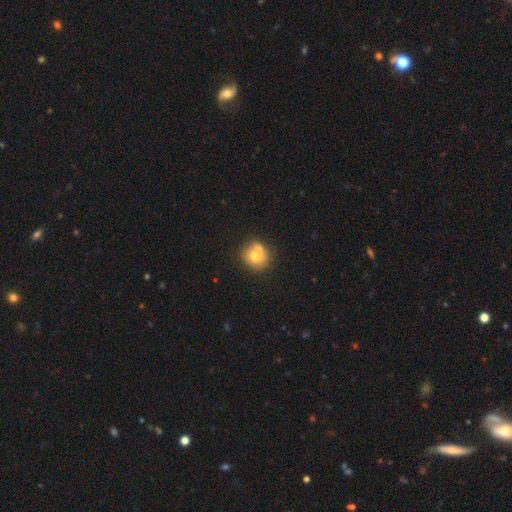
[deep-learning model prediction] A smooth galaxy with no disk features (72%) that is round (86%).

Vote fractions:
- Smooth or featured? smooth: 72% / featured or disk: 19% / star or artifact: 10%
- How rounded? round: 86% / in between: 14% / cigar-shaped: 1%
- Merging? none: 56% / merger: 26% / minor disturbance: 14% / major disturbance: 4%